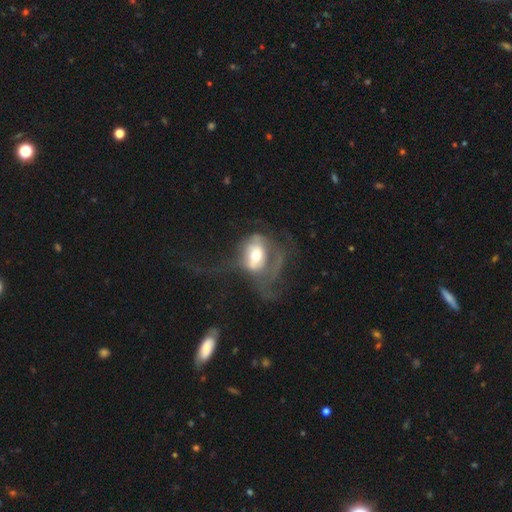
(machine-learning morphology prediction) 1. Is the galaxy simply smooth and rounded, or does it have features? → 53% featured or disk, 38% smooth, 9% star or artifact.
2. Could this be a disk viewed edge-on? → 94% no, 6% yes.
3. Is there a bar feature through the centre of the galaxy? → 65% no, 24% weak, 11% strong.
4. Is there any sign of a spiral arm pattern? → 59% no, 41% yes.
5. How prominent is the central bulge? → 63% moderate, 17% large, 15% small, 3% dominant, 1% none.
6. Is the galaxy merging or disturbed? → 57% major disturbance, 23% none, 14% minor disturbance, 5% merger.